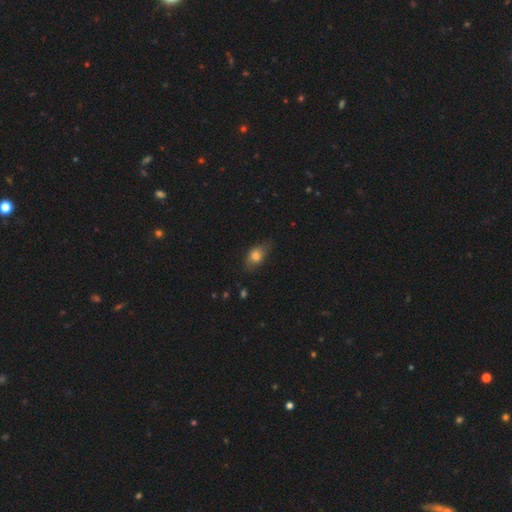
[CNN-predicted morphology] type=smooth (77%); roundness=in between (78%); merging=none (71%).